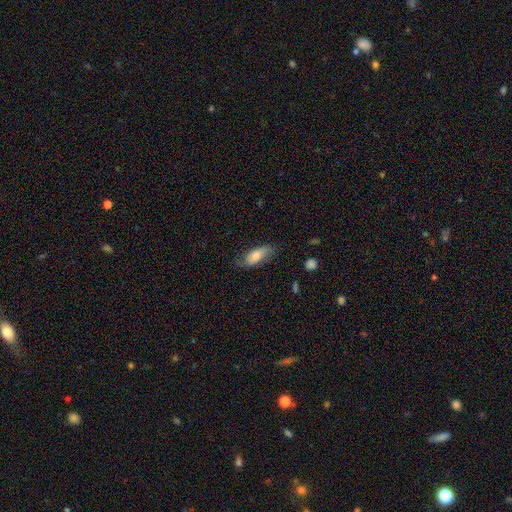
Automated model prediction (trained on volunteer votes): A smooth galaxy with no disk features (68%) that is in between round and cigar-shaped (77%).

Vote fractions:
- Smooth or featured? smooth: 68% / featured or disk: 26% / star or artifact: 7%
- How rounded? in between: 77% / cigar-shaped: 20% / round: 3%
- Merging? none: 67% / minor disturbance: 24% / major disturbance: 7% / merger: 2%